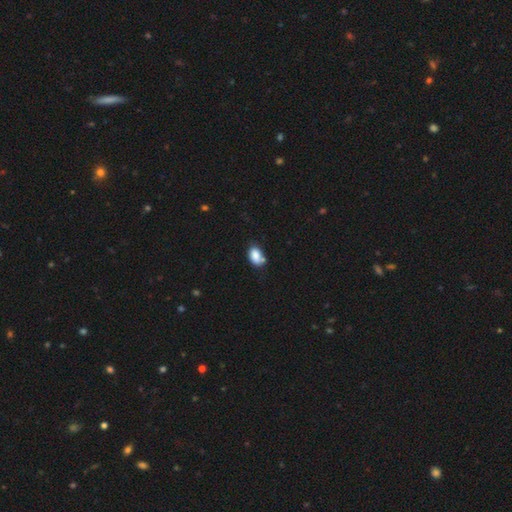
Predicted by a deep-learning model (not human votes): The model was most divided on "merging": none: 55%, minor disturbance: 24%, merger: 16%, major disturbance: 6%. More confident: how rounded — in between (86%); smooth or featured — smooth (85%).